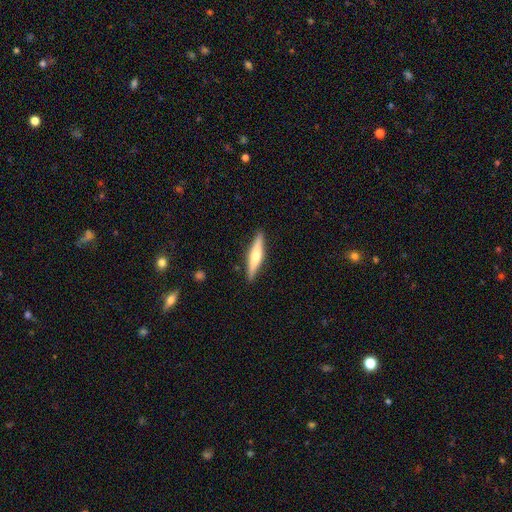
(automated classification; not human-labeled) A featured or disk galaxy (53%) viewed edge-on (95%) with a rounded central bulge (84%).

Vote fractions:
- Smooth or featured? featured or disk: 53% / smooth: 41% / star or artifact: 5%
- Edge-on disk? yes: 95% / no: 5%
- Edge-on bulge? rounded: 84% / boxy: 8% / none: 8%
- Merging? none: 89% / minor disturbance: 8% / major disturbance: 2% / merger: 1%